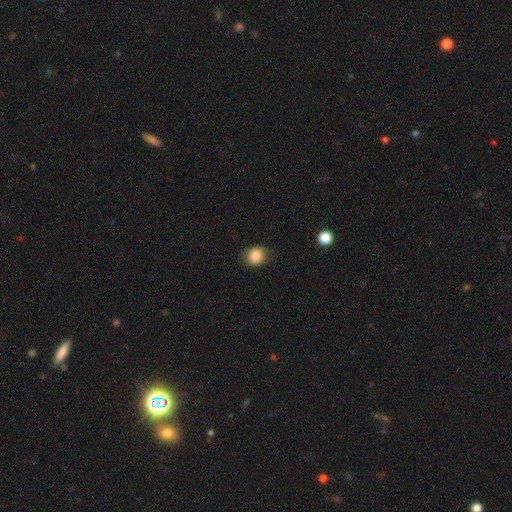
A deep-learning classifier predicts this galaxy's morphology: Smooth or featured?
  - smooth: 86% *
  - star or artifact: 9%
  - featured or disk: 6%
How rounded?
  - round: 68% *
  - in between: 31%
  - cigar-shaped: 1%
Merging?
  - none: 74% *
  - minor disturbance: 20%
  - major disturbance: 5%
  - merger: 1%